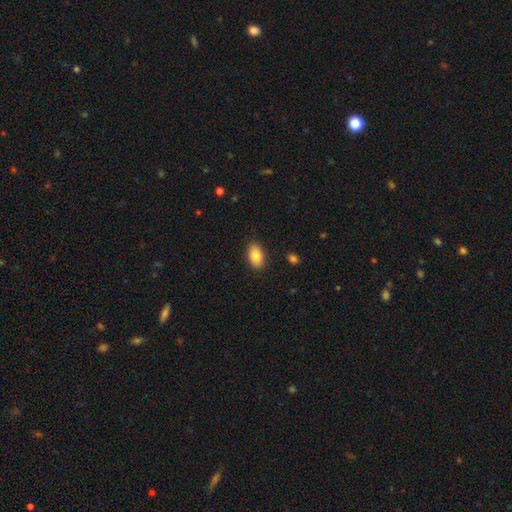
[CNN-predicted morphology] The model was most divided on "smooth or featured": smooth: 85%, featured or disk: 8%, star or artifact: 7%. More confident: how rounded — in between (92%); merging — none (88%).